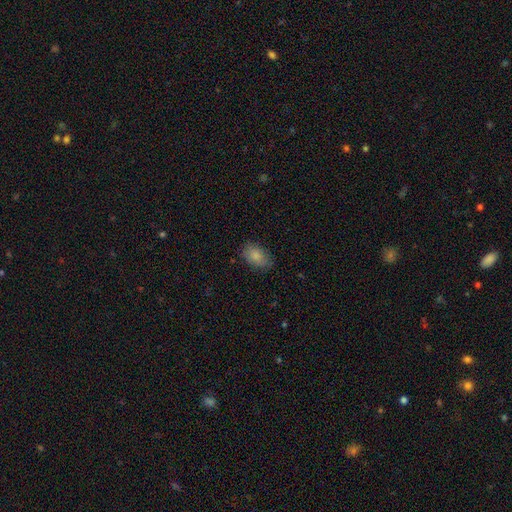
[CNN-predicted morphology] A smooth galaxy with no disk features (85%) that is in between round and cigar-shaped (89%).

Vote fractions:
- Smooth or featured? smooth: 85% / star or artifact: 7% / featured or disk: 7%
- How rounded? in between: 89% / round: 9% / cigar-shaped: 2%
- Merging? none: 77% / minor disturbance: 18% / major disturbance: 4% / merger: 1%